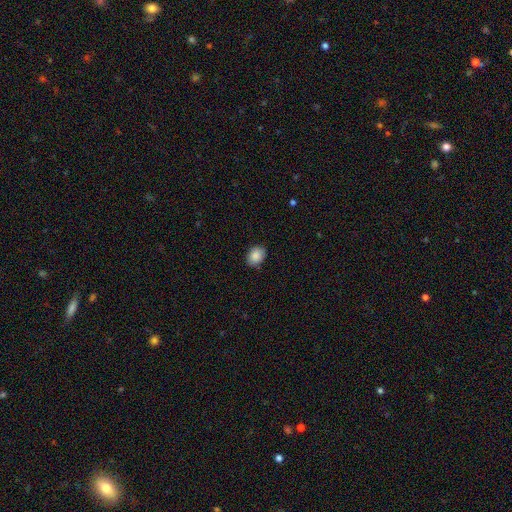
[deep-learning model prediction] smooth_or_featured: smooth (p=0.88) [alt: star or artifact p=0.08]
how_rounded: in between (p=0.65) [alt: round p=0.34]
merging: none (p=0.87) [alt: minor disturbance p=0.10]